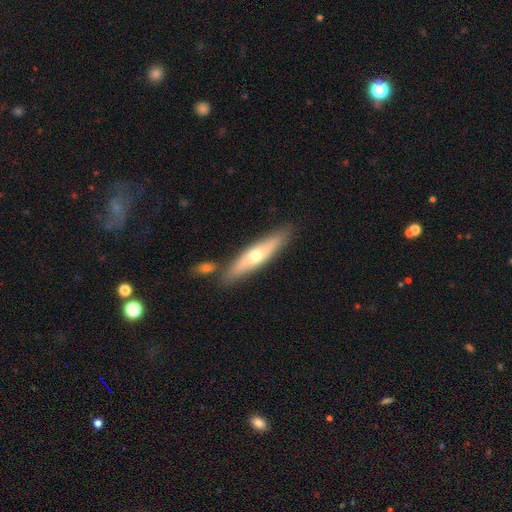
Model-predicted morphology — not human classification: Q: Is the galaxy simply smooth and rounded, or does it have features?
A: featured or disk — 49%.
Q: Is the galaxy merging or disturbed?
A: none — 78%.